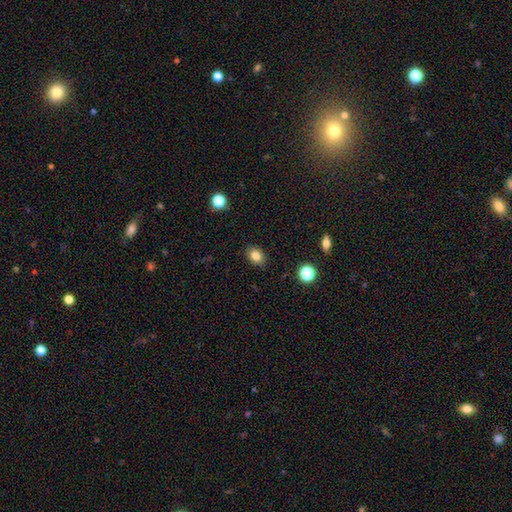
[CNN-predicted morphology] type=smooth (83%); roundness=in between (63%); merging=none (88%).